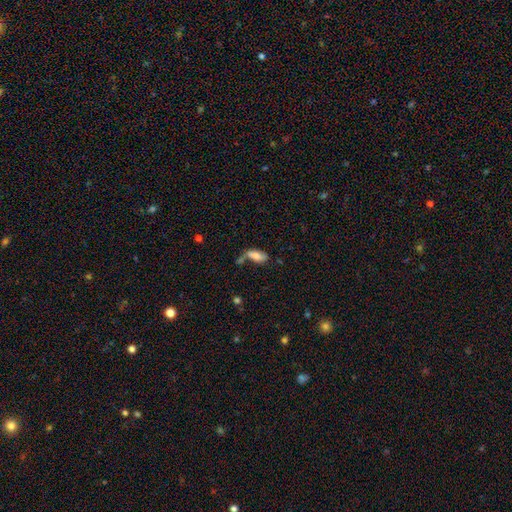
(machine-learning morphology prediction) A smooth galaxy with no disk features (75%) that is in between round and cigar-shaped (81%). Merging: none (37%).